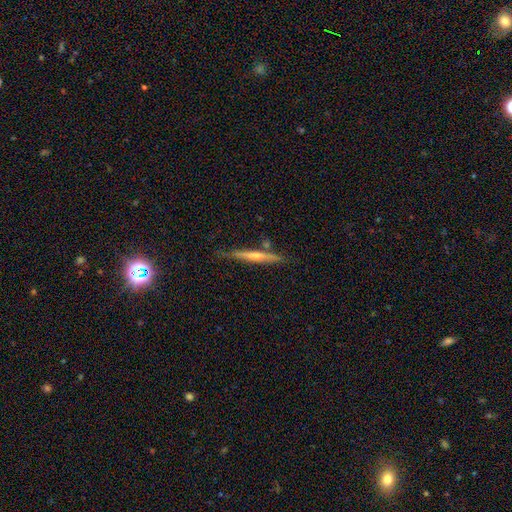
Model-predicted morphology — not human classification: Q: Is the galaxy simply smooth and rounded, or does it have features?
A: featured or disk — 64%.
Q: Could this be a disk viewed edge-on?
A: yes — 96%.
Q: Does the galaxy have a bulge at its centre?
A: rounded — 64%.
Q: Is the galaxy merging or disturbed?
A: none — 78%.